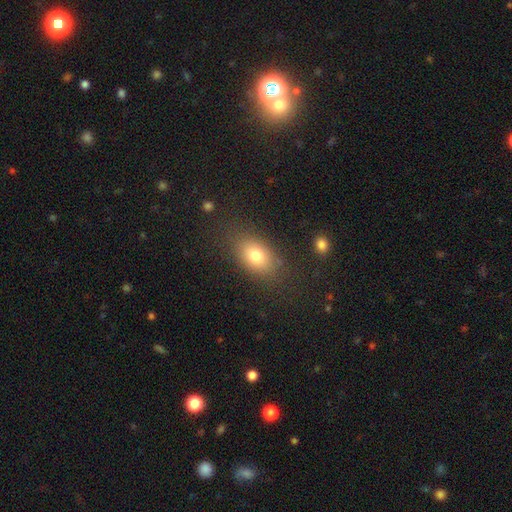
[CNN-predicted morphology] smooth 77%, featured or disk 13%, star or artifact 10%. Down the decision tree: how rounded — in between (81%); merging — none (80%).